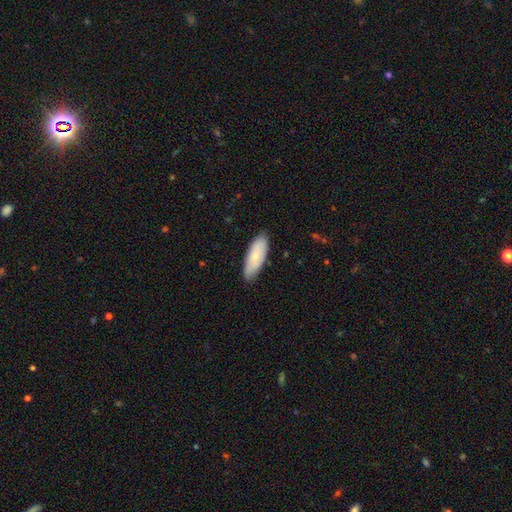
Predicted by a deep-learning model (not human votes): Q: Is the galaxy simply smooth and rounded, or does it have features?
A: smooth — 74%.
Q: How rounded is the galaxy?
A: in between — 73%.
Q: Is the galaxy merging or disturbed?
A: none — 80%.